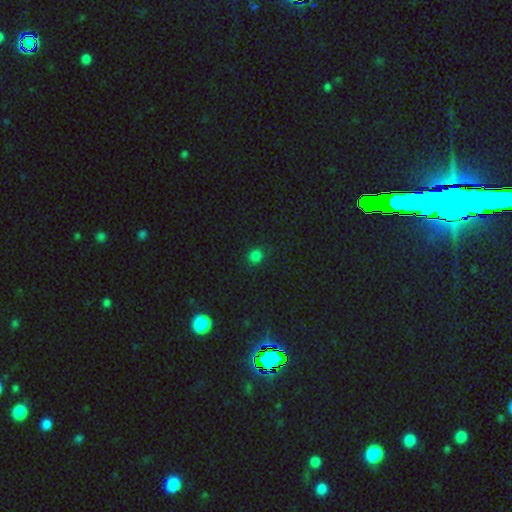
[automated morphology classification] This appears to be a smooth galaxy with no disk features (77%) that is round (81%). Merging: none (84%).